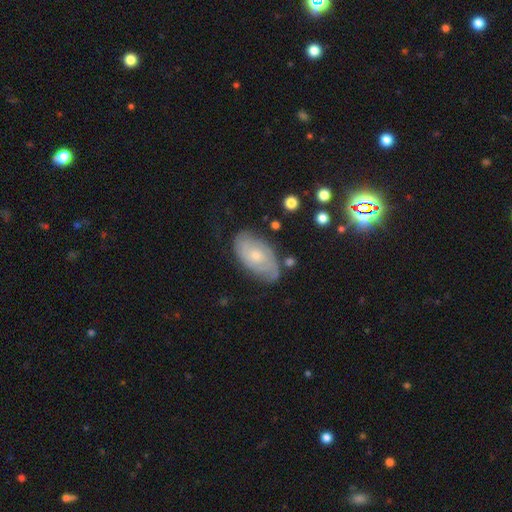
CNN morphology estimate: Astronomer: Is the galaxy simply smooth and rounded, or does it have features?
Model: featured or disk — 70%.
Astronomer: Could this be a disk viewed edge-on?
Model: no — 95%.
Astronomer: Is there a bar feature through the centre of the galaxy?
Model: no — 73%.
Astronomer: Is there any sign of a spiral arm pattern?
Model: yes — 89%.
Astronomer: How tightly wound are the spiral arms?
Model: tight — 64%.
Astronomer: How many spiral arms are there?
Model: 2 — 47% (runner-up: can't tell, 35%).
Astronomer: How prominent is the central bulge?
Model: small — 59% (runner-up: moderate, 35%).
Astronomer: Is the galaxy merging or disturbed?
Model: none — 71%.